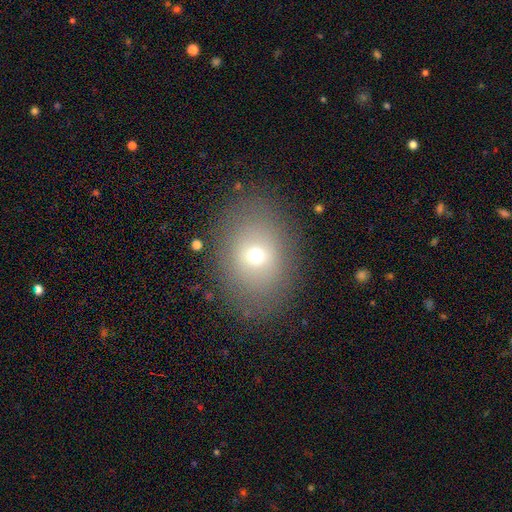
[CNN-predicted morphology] Smooth or featured: smooth — 64% (featured or disk — 22%)
How rounded: in between — 64% (round — 35%)
Merging: none — 84% (minor disturbance — 10%)